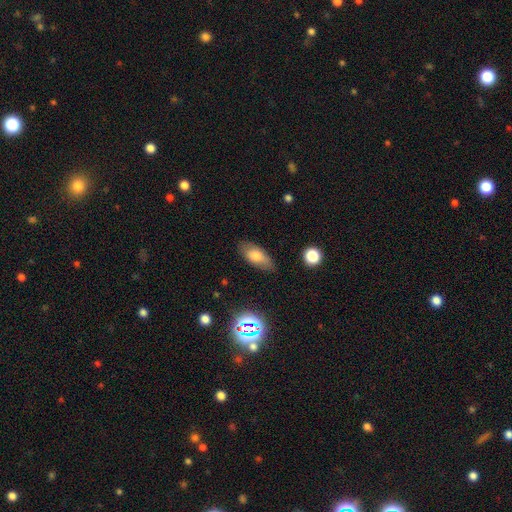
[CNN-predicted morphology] A smooth galaxy with no disk features (74%) that is in between round and cigar-shaped (85%). Merging: none (78%).